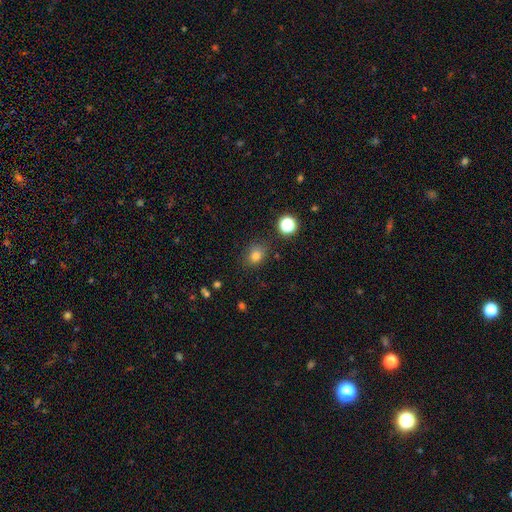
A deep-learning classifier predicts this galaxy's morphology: A smooth galaxy with no disk features (77%) that is round (55%).

Vote fractions:
- Smooth or featured? smooth: 77% / star or artifact: 15% / featured or disk: 7%
- How rounded? round: 55% / in between: 44% / cigar-shaped: 1%
- Merging? none: 81% / minor disturbance: 12% / major disturbance: 4% / merger: 3%